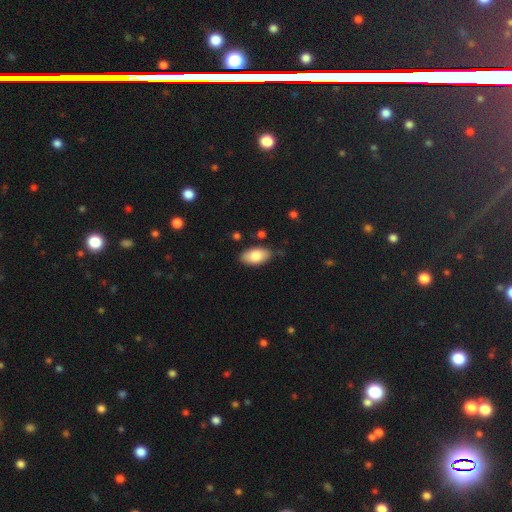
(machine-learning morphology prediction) Smooth or featured? smooth (81%)
How rounded? in between (94%)
Merging? none (80%)